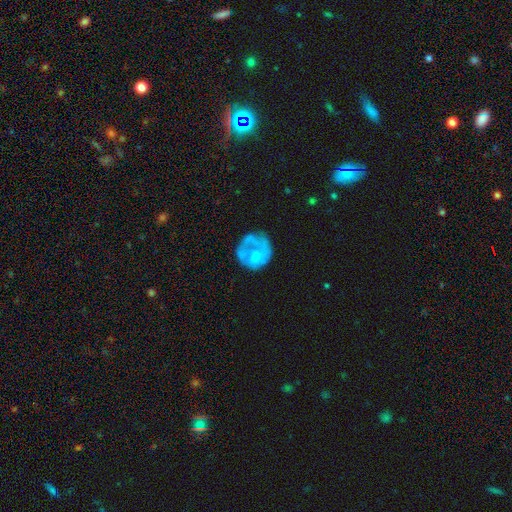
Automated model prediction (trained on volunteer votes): Morphology: type=featured or disk (49%); merging=none (50%).